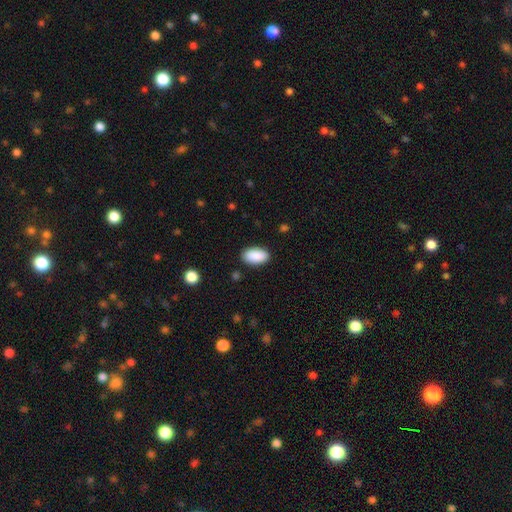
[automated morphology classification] This is clearly a smooth galaxy (90%). How rounded: clearly in between (95%). Merging: clearly none (88%).